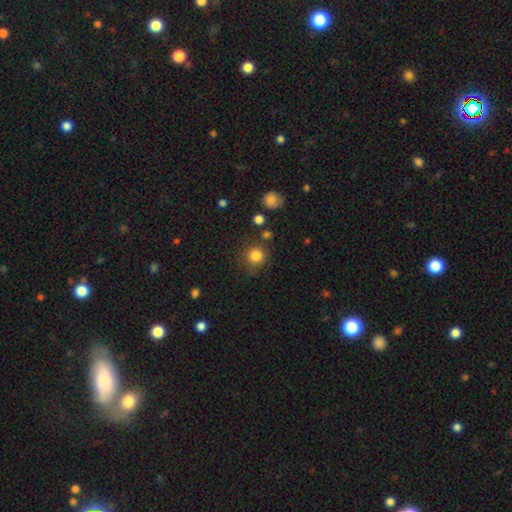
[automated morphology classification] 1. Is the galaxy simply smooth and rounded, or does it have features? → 83% smooth, 12% star or artifact, 5% featured or disk.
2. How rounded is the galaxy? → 92% round, 7% in between, 1% cigar-shaped.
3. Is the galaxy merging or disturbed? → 80% none, 11% minor disturbance, 5% major disturbance, 5% merger.